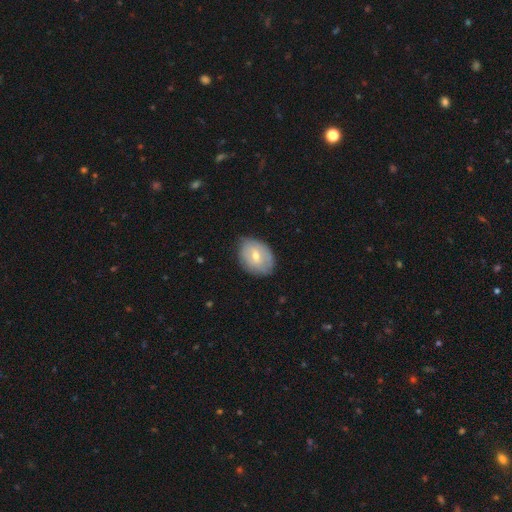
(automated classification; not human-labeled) A smooth galaxy with no disk features (50%). Merging: none (77%).